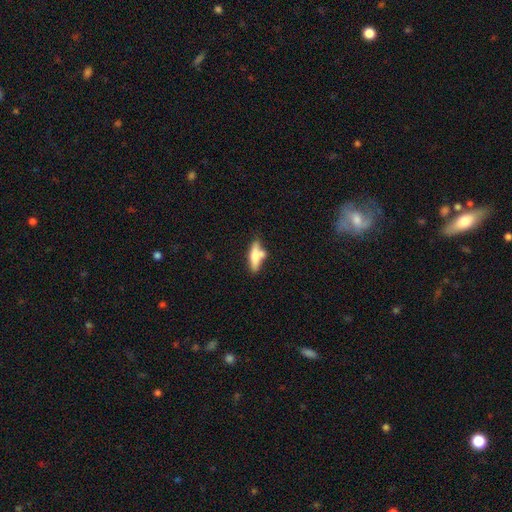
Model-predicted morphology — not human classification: smooth-or-featured: smooth: 61% | featured or disk: 32% | star or artifact: 7%
  how-rounded: cigar-shaped: 55% | in between: 42% | round: 3%
  merging: none: 49% | merger: 24% | minor disturbance: 19% | major disturbance: 8%